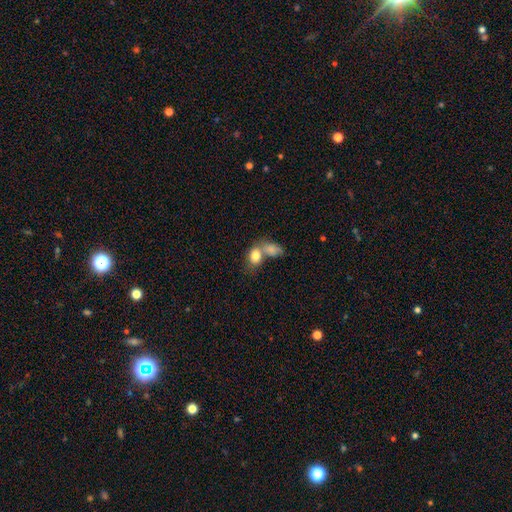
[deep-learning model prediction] Overall: smooth (81%). How rounded: in between (66%; round 33%). Merging: merger (59%; none 26%).